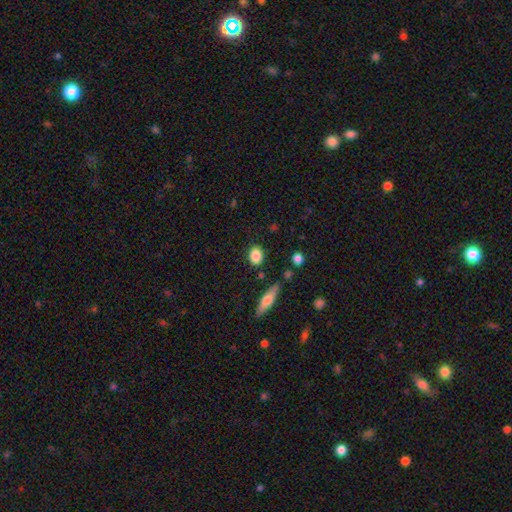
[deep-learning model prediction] Smooth or featured?
  - smooth: 86% *
  - star or artifact: 8%
  - featured or disk: 7%
How rounded?
  - in between: 62% *
  - round: 35%
  - cigar-shaped: 3%
Merging?
  - none: 84% *
  - minor disturbance: 10%
  - merger: 3%
  - major disturbance: 3%